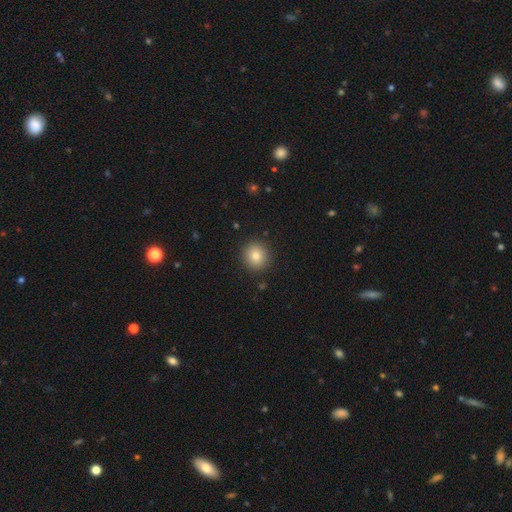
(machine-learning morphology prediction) smooth-or-featured: smooth: 82% | star or artifact: 11% | featured or disk: 7%
  how-rounded: round: 92% | in between: 7% | cigar-shaped: 1%
  merging: none: 91% | minor disturbance: 6% | major disturbance: 2% | merger: 1%